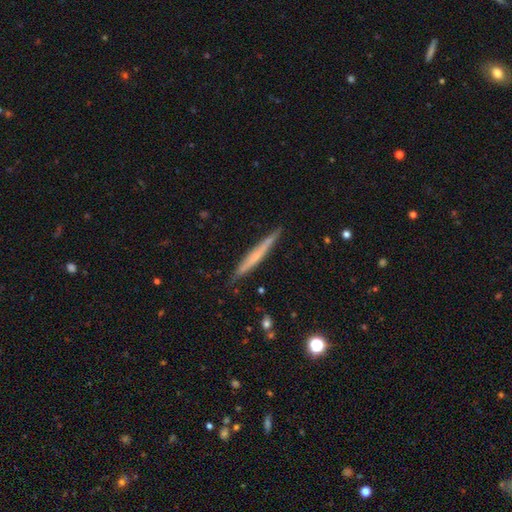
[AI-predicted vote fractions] The model was most divided on "smooth or featured": smooth: 48%, featured or disk: 46%, star or artifact: 6%. More confident: merging — none (87%).